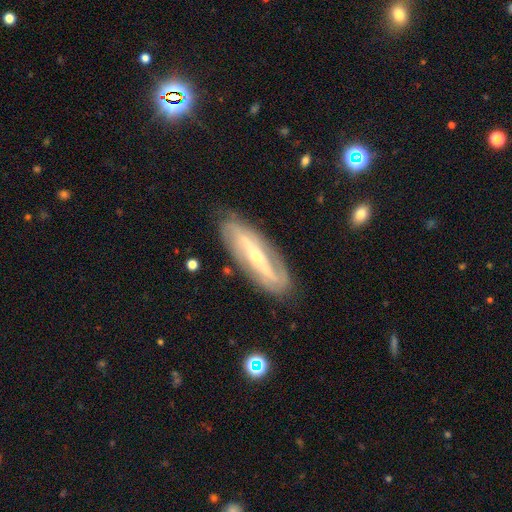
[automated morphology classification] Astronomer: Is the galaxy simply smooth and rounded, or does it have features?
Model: featured or disk — 83%.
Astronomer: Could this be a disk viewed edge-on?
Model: no — 78%.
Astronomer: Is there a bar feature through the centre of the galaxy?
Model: strong — 54%.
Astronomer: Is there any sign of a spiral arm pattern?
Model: yes — 87%.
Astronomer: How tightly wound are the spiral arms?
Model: tight — 38% (runner-up: medium, 36%).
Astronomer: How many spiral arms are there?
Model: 2 — 76%.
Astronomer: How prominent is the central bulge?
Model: small — 60% (runner-up: moderate, 36%).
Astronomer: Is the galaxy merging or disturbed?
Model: none — 82%.